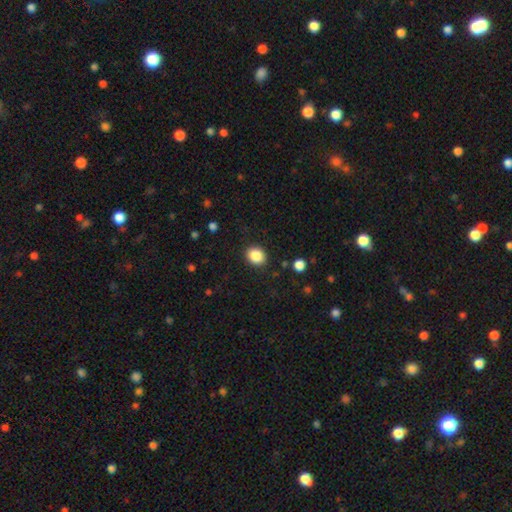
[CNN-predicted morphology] Q: Smooth or featured?
A: smooth (87%); runner-up: star or artifact (9%)
Q: How rounded?
A: round (61%); runner-up: in between (38%)
Q: Merging?
A: none (88%); runner-up: minor disturbance (8%)